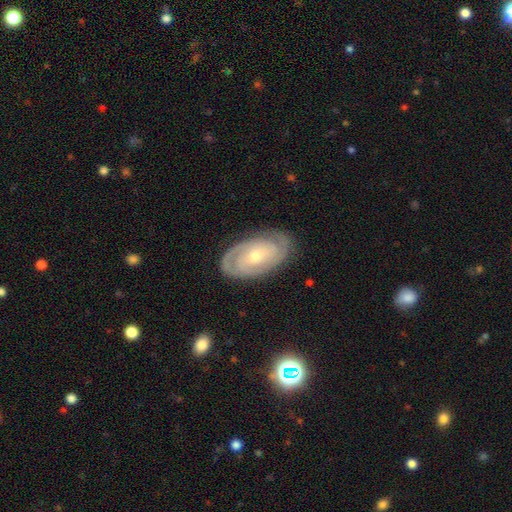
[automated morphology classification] type=featured or disk (86%); edge-on=no (96%); bar=no (61%); spiral arms=yes (95%); winding=tight (75%); arm count=2 (62%); bulge=small (52%); merging=none (83%).